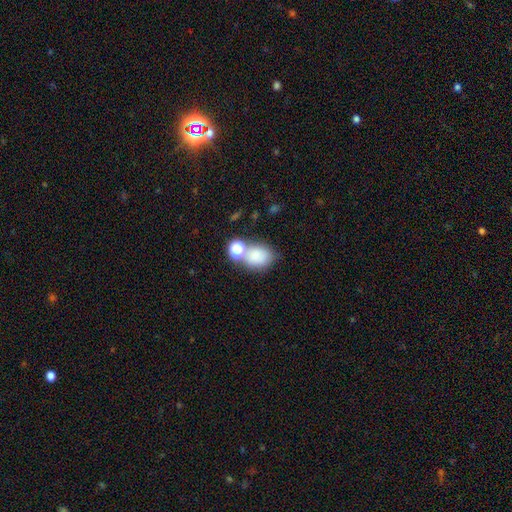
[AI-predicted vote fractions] Smooth or featured? Predicted: smooth (p=0.78). How rounded? Predicted: in between (p=0.52). Merging? Predicted: none (p=0.50).